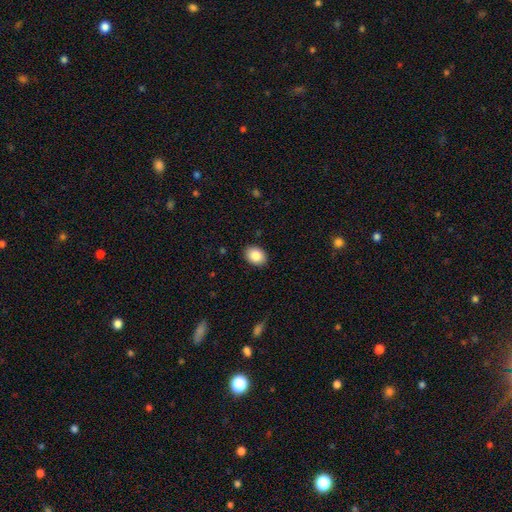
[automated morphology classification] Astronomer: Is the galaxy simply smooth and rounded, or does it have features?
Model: smooth — 87%.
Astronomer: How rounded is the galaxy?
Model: in between — 72%.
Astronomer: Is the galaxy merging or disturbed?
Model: none — 89%.